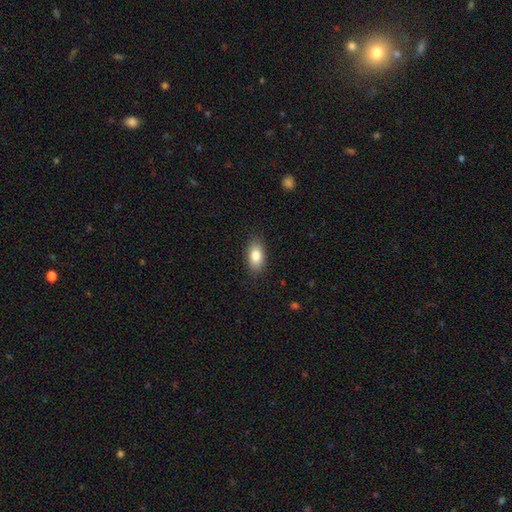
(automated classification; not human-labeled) smooth-or-featured: smooth: 83% | featured or disk: 9% | star or artifact: 8%
  how-rounded: in between: 90% | round: 5% | cigar-shaped: 5%
  merging: none: 86% | minor disturbance: 10% | major disturbance: 2% | merger: 1%